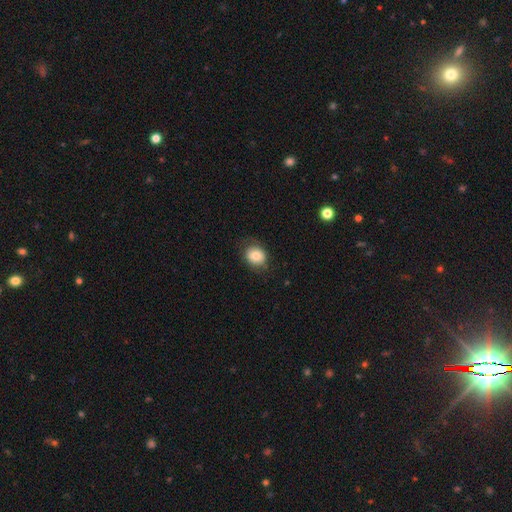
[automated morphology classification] smooth-or-featured: smooth: 77% | featured or disk: 14% | star or artifact: 9%
  how-rounded: round: 61% | in between: 38% | cigar-shaped: 1%
  merging: none: 72% | minor disturbance: 19% | major disturbance: 7% | merger: 1%